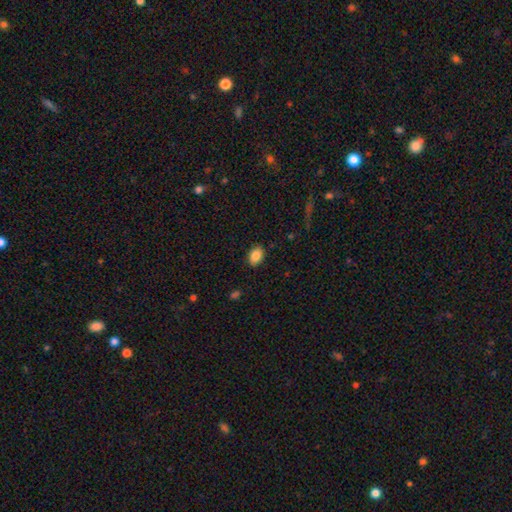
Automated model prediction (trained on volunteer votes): Smooth or featured: smooth — 86% (star or artifact — 8%)
How rounded: in between — 82% (round — 17%)
Merging: none — 87% (minor disturbance — 10%)